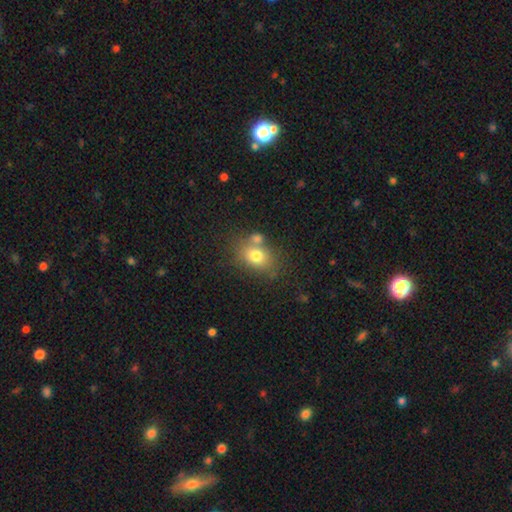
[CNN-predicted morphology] smooth-or-featured: smooth: 75% | featured or disk: 14% | star or artifact: 11%
  how-rounded: in between: 64% | round: 35% | cigar-shaped: 1%
  merging: none: 53% | merger: 26% | minor disturbance: 15% | major disturbance: 6%